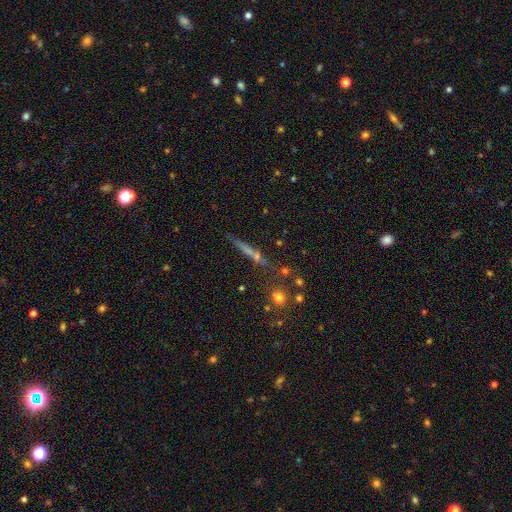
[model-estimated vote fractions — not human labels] Q: Smooth or featured?
A: featured or disk (40%); runner-up: smooth (39%)
Q: Merging?
A: none (73%); runner-up: minor disturbance (13%)